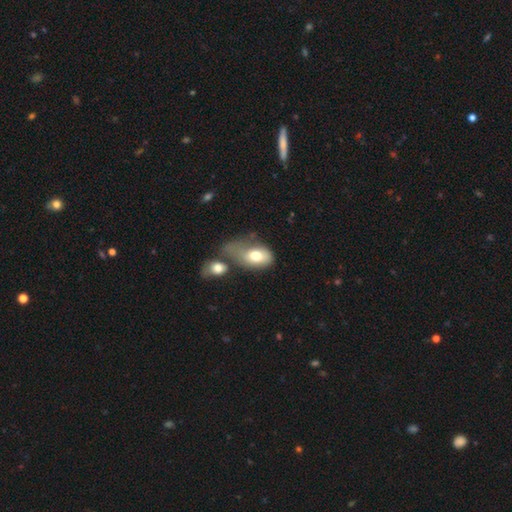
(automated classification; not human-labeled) A smooth galaxy with no disk features (72%) that is in between round and cigar-shaped (85%).

Vote fractions:
- Smooth or featured? smooth: 72% / featured or disk: 21% / star or artifact: 7%
- How rounded? in between: 85% / round: 13% / cigar-shaped: 2%
- Merging? merger: 34% / major disturbance: 29% / minor disturbance: 19% / none: 18%